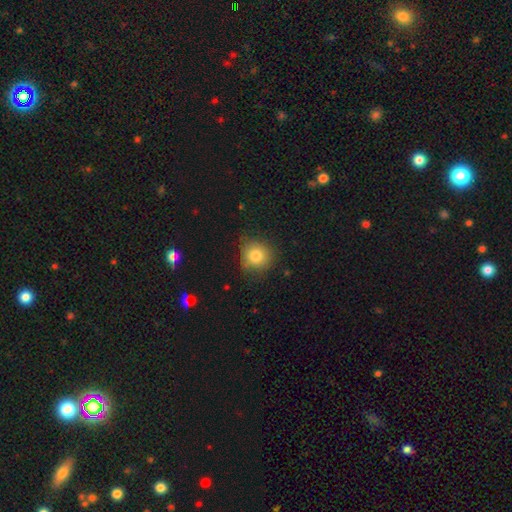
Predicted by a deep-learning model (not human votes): Smooth or featured? smooth (80%)
How rounded? round (87%)
Merging? none (73%)